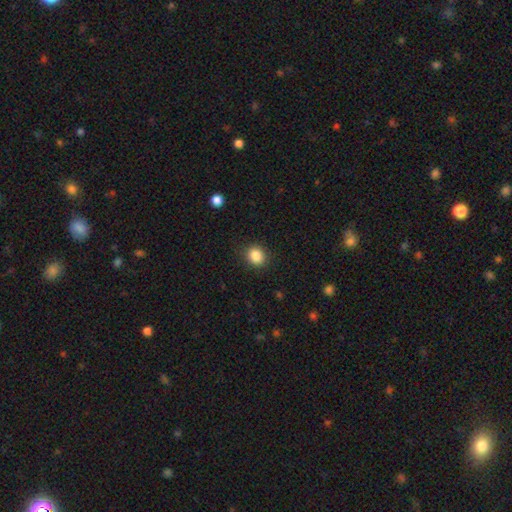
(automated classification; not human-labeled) The model was most divided on "how rounded": round: 74%, in between: 25%, cigar-shaped: 1%. More confident: merging — none (89%); smooth or featured — smooth (86%).